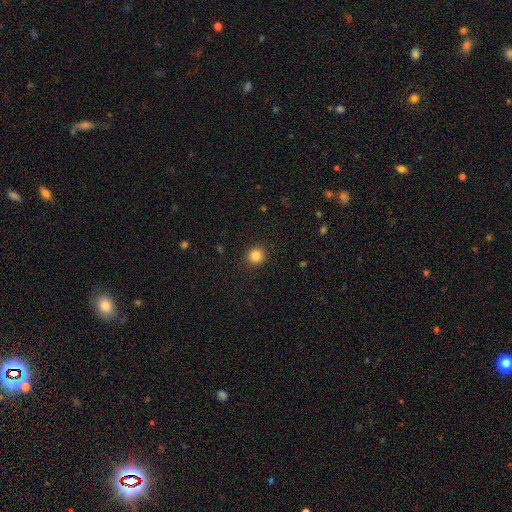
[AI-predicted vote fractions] A smooth galaxy with no disk features (84%) that is round (92%). Merging: none (91%).